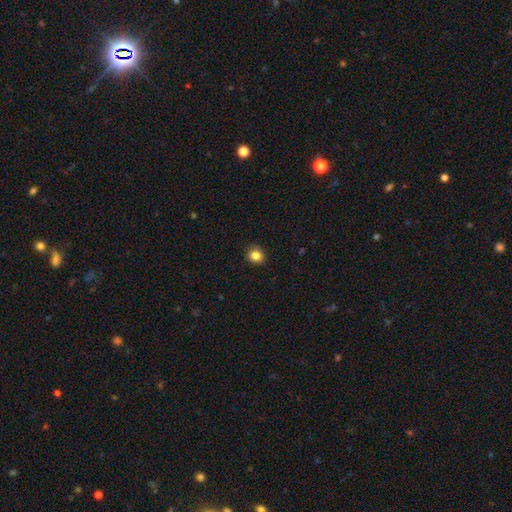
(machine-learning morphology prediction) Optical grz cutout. It shows a smooth galaxy with no disk features (84%) that is round (74%). Merging: none (88%).